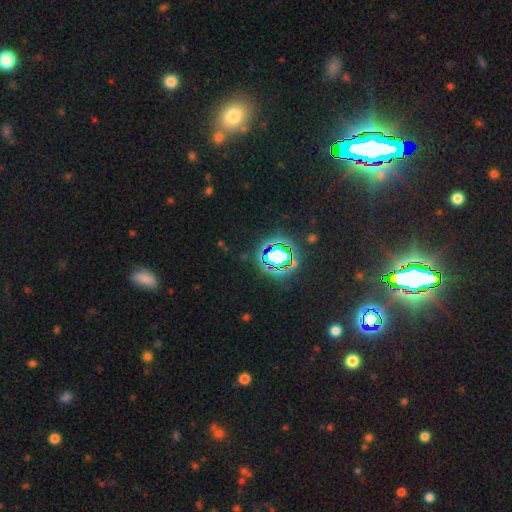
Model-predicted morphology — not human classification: The model was most divided on "smooth or featured": star or artifact: 77%, smooth: 13%, featured or disk: 10%.